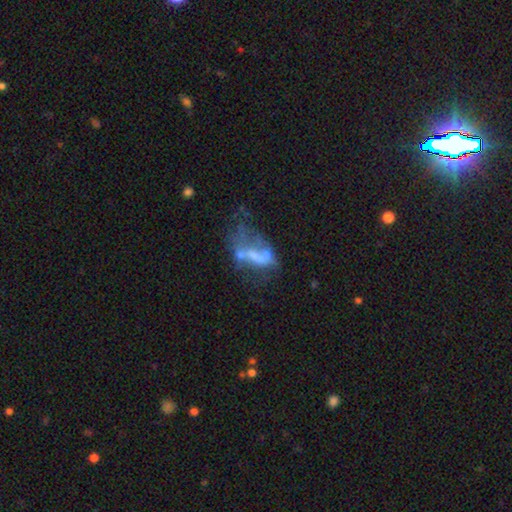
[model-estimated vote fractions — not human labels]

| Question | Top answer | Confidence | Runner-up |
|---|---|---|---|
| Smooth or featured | featured or disk | 56% | smooth (30%) |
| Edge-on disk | no | 95% | yes (5%) |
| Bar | no | 75% | weak (16%) |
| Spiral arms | no | 86% | yes (14%) |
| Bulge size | none | 58% | small (18%) |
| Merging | major disturbance | 36% | merger (28%) |